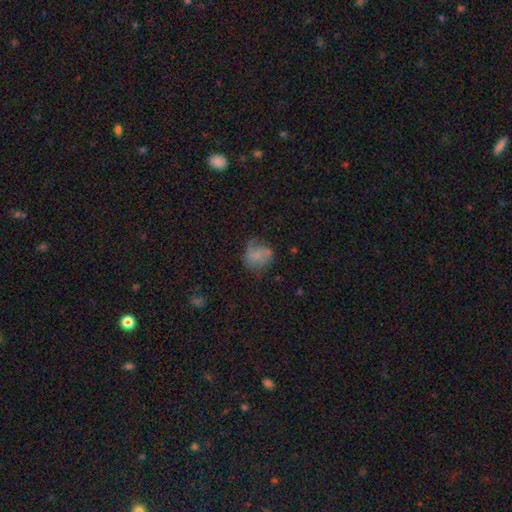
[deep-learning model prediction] smooth_or_featured: smooth (p=0.61) [alt: featured or disk p=0.27]
how_rounded: round (p=0.72) [alt: in between p=0.27]
merging: none (p=0.53) [alt: minor disturbance p=0.27]